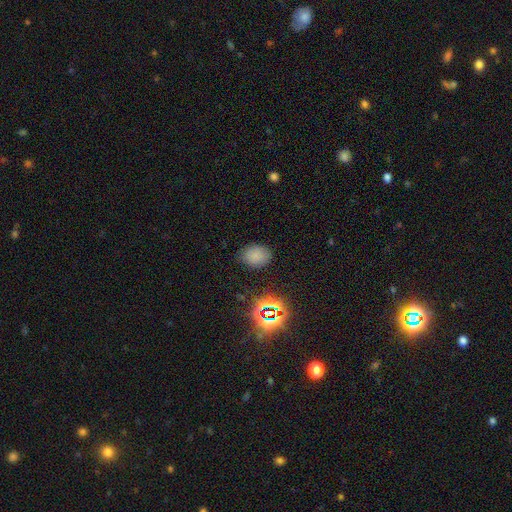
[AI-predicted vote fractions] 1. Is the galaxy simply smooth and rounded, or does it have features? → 73% smooth, 20% star or artifact, 6% featured or disk.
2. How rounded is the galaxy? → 65% in between, 33% round, 1% cigar-shaped.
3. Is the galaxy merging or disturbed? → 81% none, 13% minor disturbance, 4% major disturbance, 2% merger.